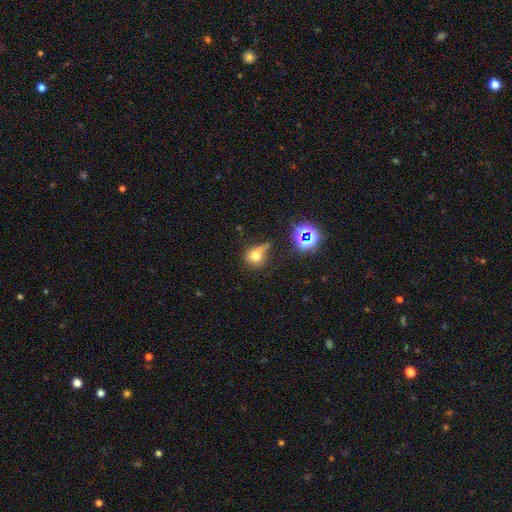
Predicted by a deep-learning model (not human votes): smooth-or-featured: smooth: 65% | star or artifact: 20% | featured or disk: 15%
  how-rounded: round: 73% | in between: 25% | cigar-shaped: 2%
  merging: none: 41% | minor disturbance: 24% | major disturbance: 20% | merger: 15%